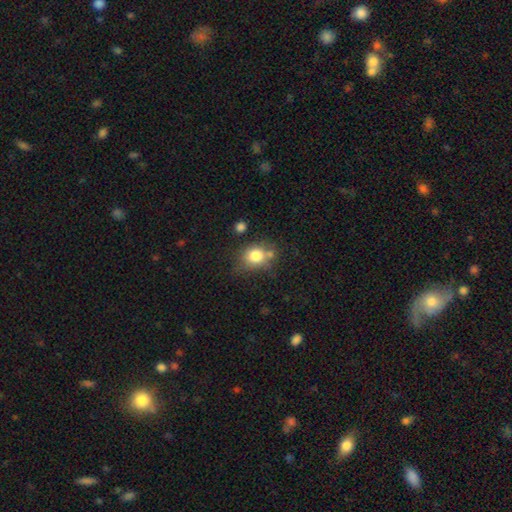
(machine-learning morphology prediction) A smooth galaxy with no disk features (79%) that is round (61%). Merging: none (59%).